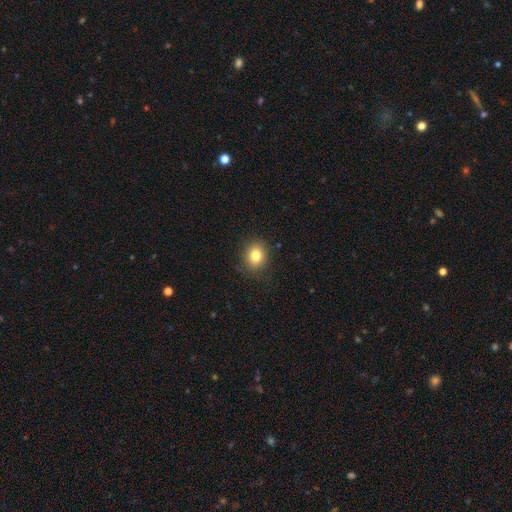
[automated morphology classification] A smooth galaxy with no disk features (81%) that is round (64%).

Vote fractions:
- Smooth or featured? smooth: 81% / star or artifact: 11% / featured or disk: 8%
- How rounded? round: 64% / in between: 35% / cigar-shaped: 1%
- Merging? none: 86% / minor disturbance: 10% / major disturbance: 3% / merger: 1%